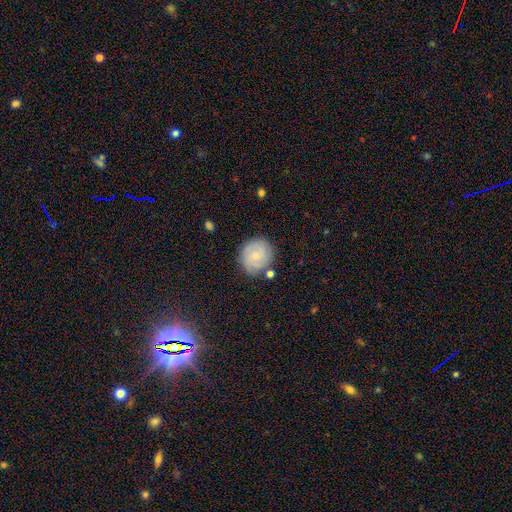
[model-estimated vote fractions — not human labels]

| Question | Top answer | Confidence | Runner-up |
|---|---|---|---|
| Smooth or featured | smooth | 62% | featured or disk (30%) |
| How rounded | round | 85% | in between (14%) |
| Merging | none | 77% | minor disturbance (15%) |